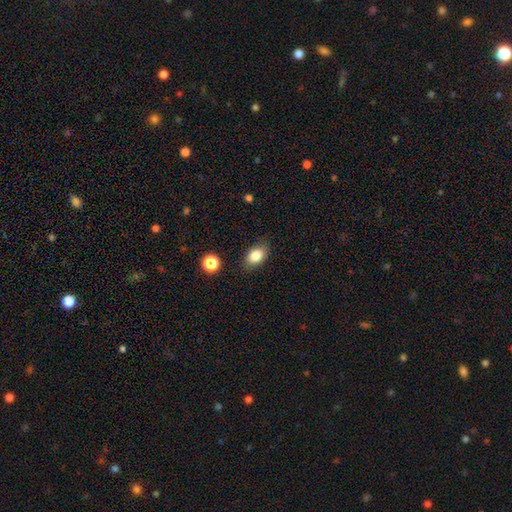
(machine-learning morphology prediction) A smooth galaxy with no disk features (83%) that is in between round and cigar-shaped (83%). Merging: none (83%).